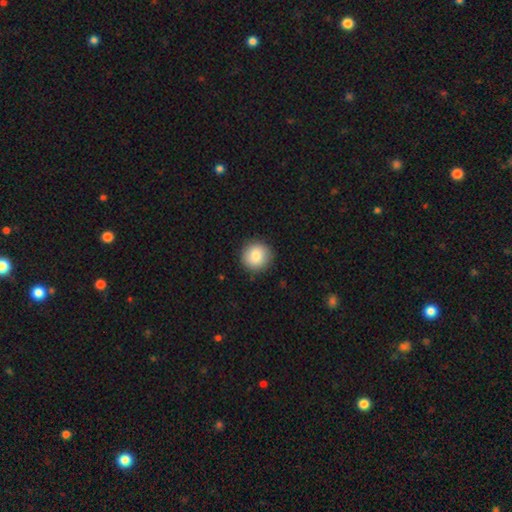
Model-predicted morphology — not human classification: A smooth galaxy with no disk features (84%) that is round (94%). Merging: none (91%).